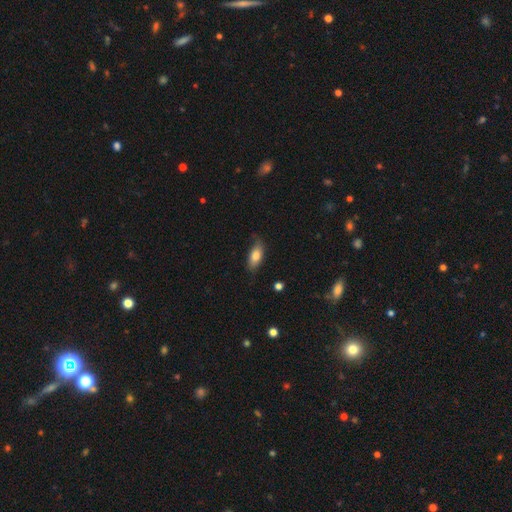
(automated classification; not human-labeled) A smooth galaxy with no disk features (78%) that is in between round and cigar-shaped (84%). Merging: none (71%).